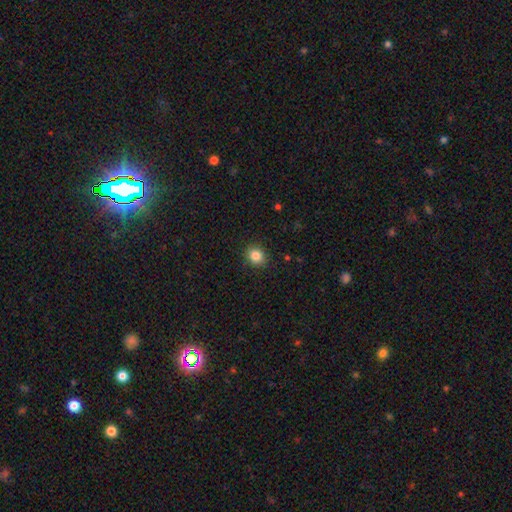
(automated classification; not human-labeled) Smooth or featured? smooth (84%)
How rounded? round (78%)
Merging? none (90%)